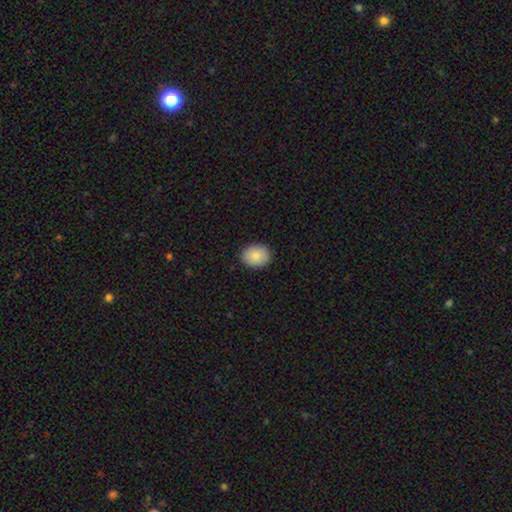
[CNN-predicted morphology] This appears to be a smooth galaxy with no disk features (86%) that is in between round and cigar-shaped (53%). Merging: none (89%).